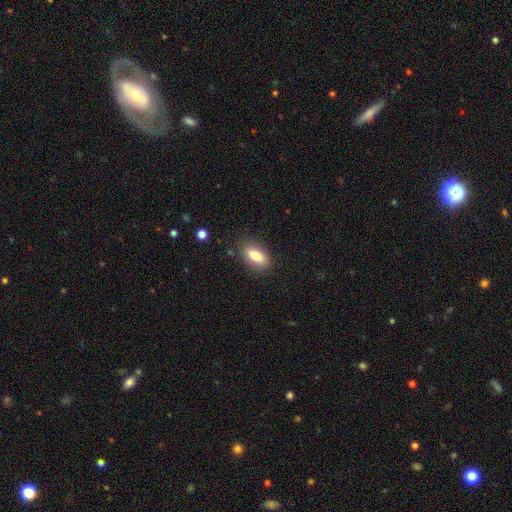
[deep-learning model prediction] smooth_or_featured: smooth (p=0.81) [alt: featured or disk p=0.12]
how_rounded: in between (p=0.86) [alt: cigar-shaped p=0.10]
merging: none (p=0.84) [alt: minor disturbance p=0.11]